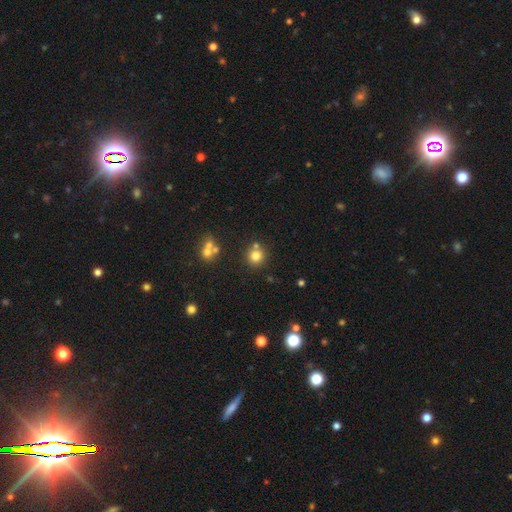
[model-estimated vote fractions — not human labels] A smooth galaxy with no disk features (76%) that is round (91%). Merging: none (72%).